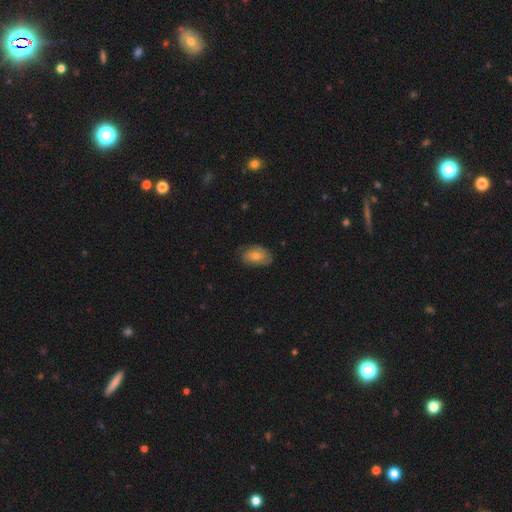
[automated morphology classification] The model was most divided on "smooth or featured": smooth: 49%, featured or disk: 42%, star or artifact: 9%. More confident: merging — none (74%).